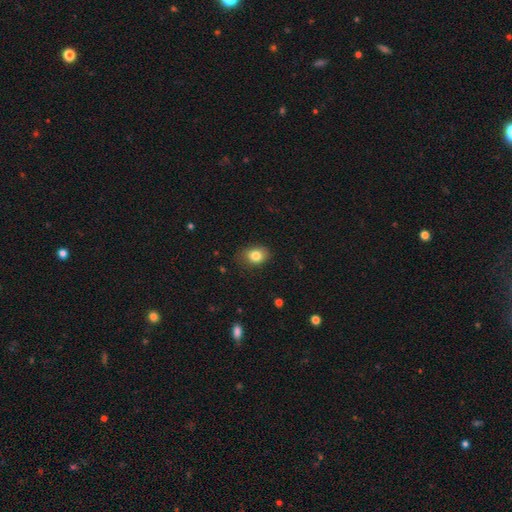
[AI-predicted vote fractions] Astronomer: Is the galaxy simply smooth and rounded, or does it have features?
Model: smooth — 82%.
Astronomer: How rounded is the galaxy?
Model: in between — 64%.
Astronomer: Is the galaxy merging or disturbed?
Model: none — 76%.